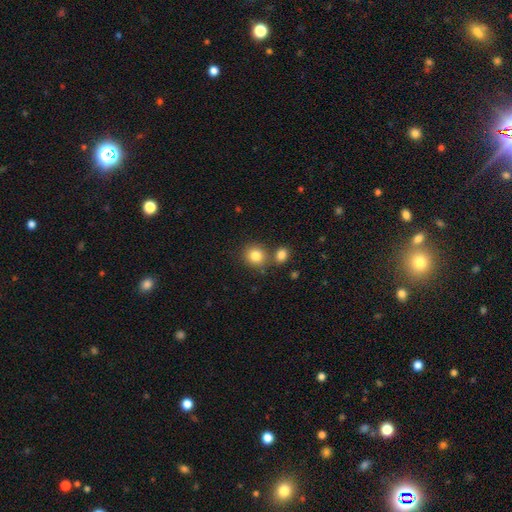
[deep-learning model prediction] smooth 83%, star or artifact 10%, featured or disk 6%. Down the decision tree: how rounded — round (82%); merging — none (67%).